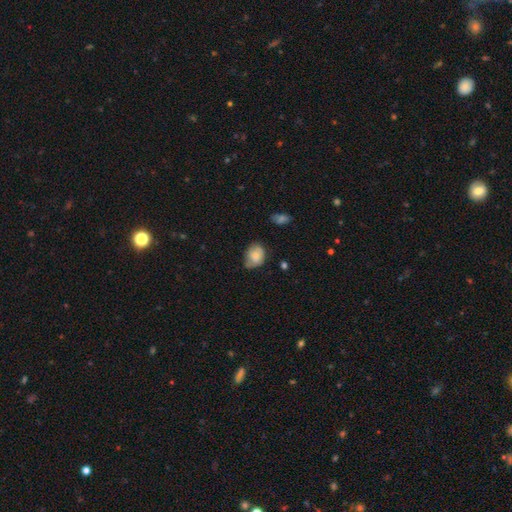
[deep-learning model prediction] Smooth or featured?
  - smooth: 74% *
  - featured or disk: 18%
  - star or artifact: 8%
How rounded?
  - in between: 56% *
  - round: 44%
  - cigar-shaped: 1%
Merging?
  - none: 52% *
  - minor disturbance: 36%
  - major disturbance: 8%
  - merger: 3%